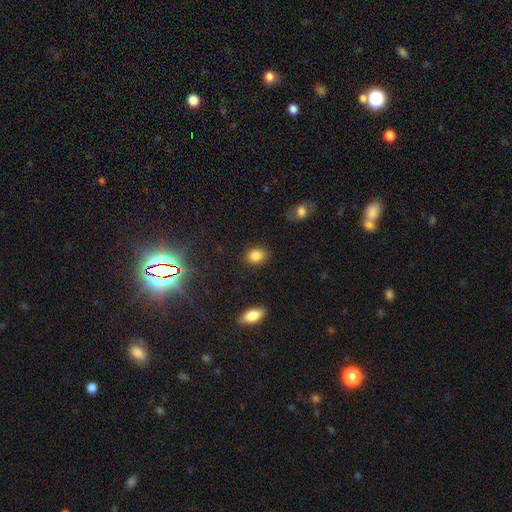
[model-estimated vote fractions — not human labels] This appears to be a smooth galaxy with no disk features (85%) that is in between round and cigar-shaped (50%). Merging: none (86%).